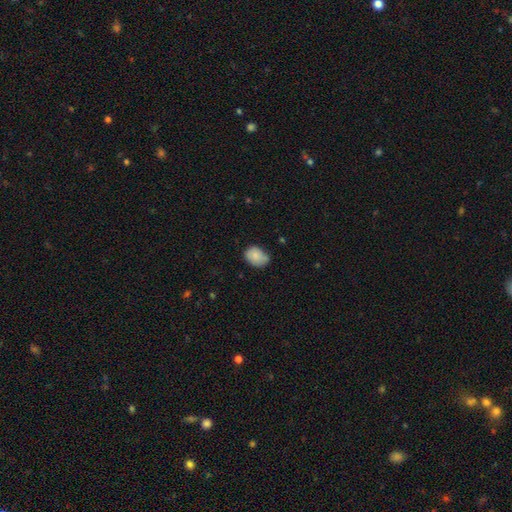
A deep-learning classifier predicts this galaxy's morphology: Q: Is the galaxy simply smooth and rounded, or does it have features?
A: smooth — 82%.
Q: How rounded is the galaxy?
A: in between — 69%.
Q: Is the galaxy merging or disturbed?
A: none — 57%.